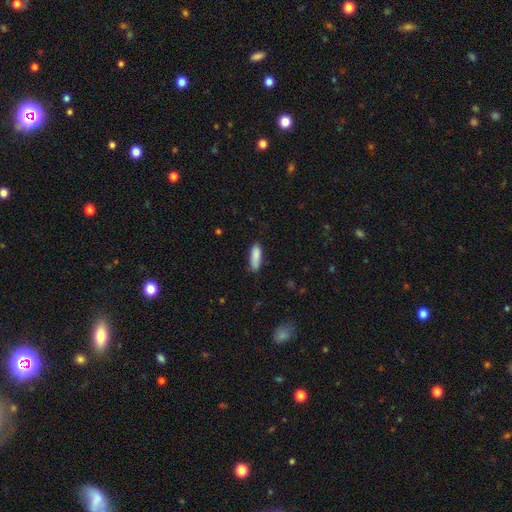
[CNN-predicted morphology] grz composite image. It shows a smooth galaxy with no disk features (87%) that is in between round and cigar-shaped (55%). Merging: none (76%).